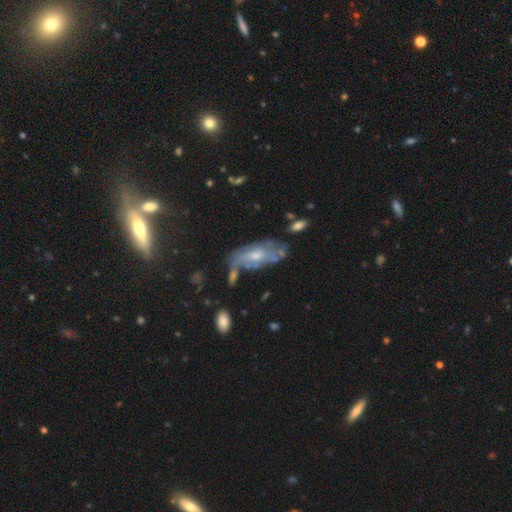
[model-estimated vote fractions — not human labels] smooth-or-featured: featured or disk: 58% | smooth: 33% | star or artifact: 9%
  disk-edge-on: no: 83% | yes: 17%
  merging: none: 49% | minor disturbance: 26% | major disturbance: 13% | merger: 12%